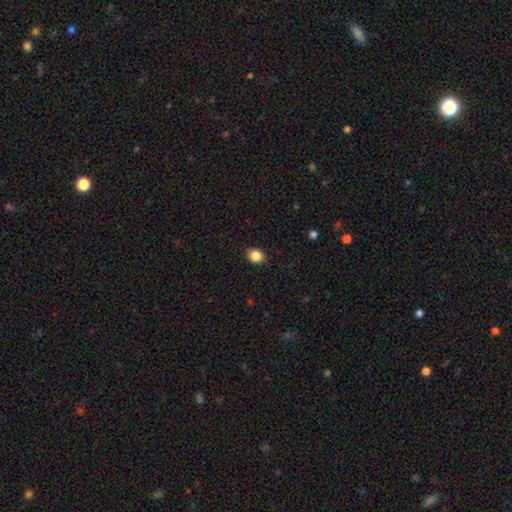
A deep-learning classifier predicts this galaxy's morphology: This is clearly a smooth galaxy (86%). How rounded: possibly round (51%). Merging: clearly none (90%).